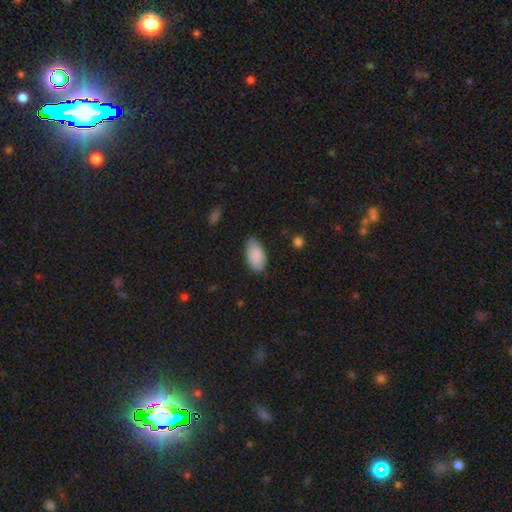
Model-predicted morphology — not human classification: type=smooth (88%); roundness=in between (95%); merging=none (68%).